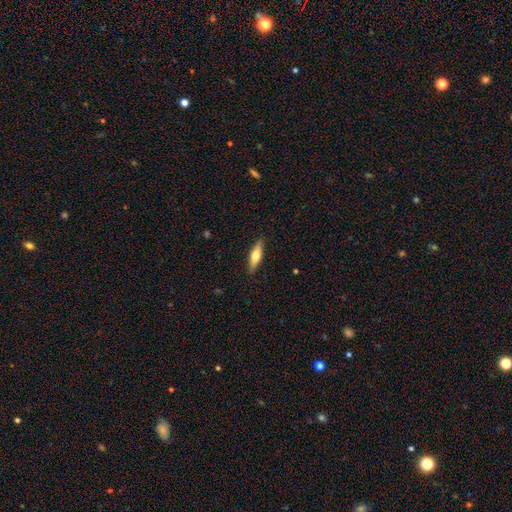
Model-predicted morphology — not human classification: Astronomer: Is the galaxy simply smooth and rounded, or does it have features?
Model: smooth — 55% (runner-up: featured or disk, 39%).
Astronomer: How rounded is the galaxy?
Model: cigar-shaped — 62%.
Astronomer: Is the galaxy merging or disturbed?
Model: none — 89%.